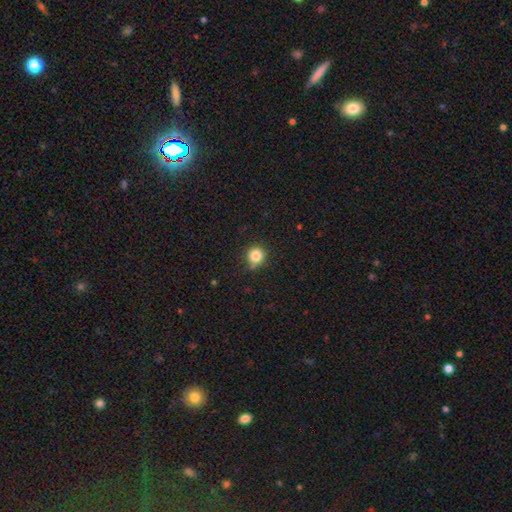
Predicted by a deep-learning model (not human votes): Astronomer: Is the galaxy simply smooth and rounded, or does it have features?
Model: smooth — 84%.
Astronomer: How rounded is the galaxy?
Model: round — 91%.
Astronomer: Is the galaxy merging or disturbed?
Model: none — 81%.